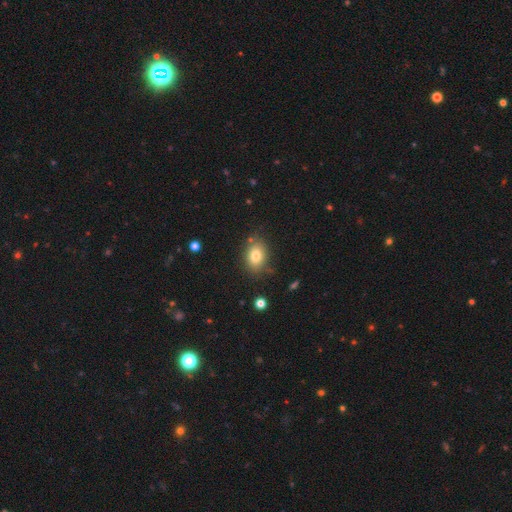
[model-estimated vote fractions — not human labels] A smooth galaxy with no disk features (79%) that is in between round and cigar-shaped (72%). Merging: none (79%).